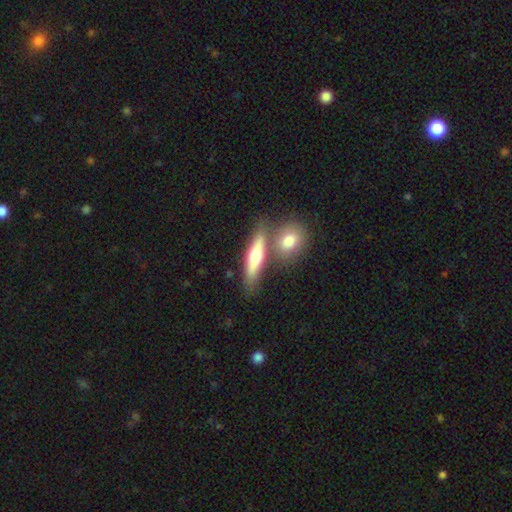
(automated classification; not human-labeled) Smooth or featured? smooth (56%)
How rounded? cigar-shaped (62%)
Merging? none (58%)